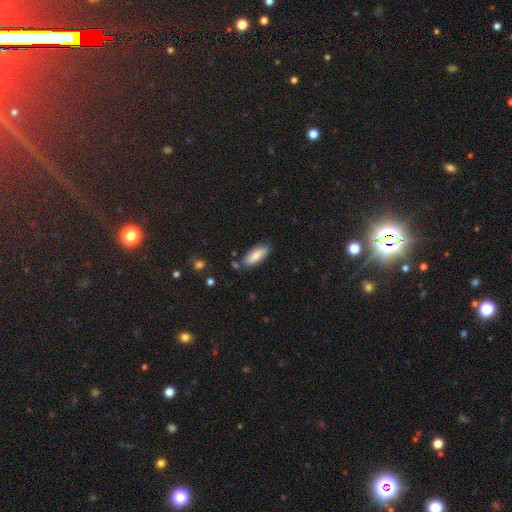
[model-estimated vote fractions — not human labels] Morphology: type=smooth (80%); roundness=in between (72%); merging=none (81%).